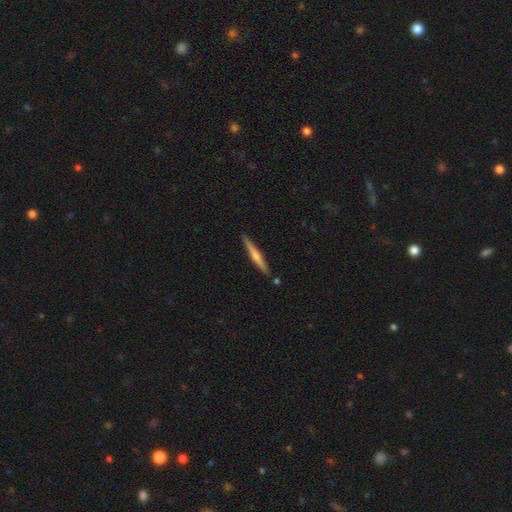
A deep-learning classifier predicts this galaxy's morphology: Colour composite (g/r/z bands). It shows a smooth galaxy with no disk features (48%). Merging: none (87%).